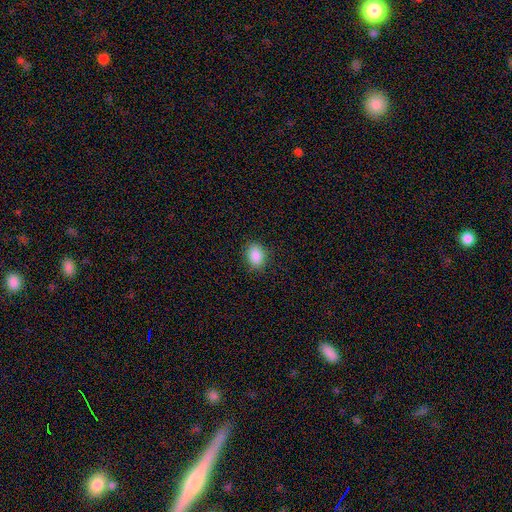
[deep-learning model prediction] Smooth or featured? smooth (88%)
How rounded? in between (74%)
Merging? none (86%)